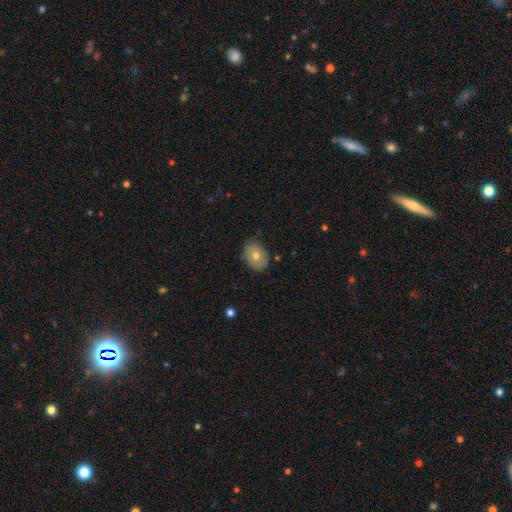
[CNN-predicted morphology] Overall: smooth (61%; featured or disk 31%). How rounded: in between (62%; round 37%). Merging: none (79%).